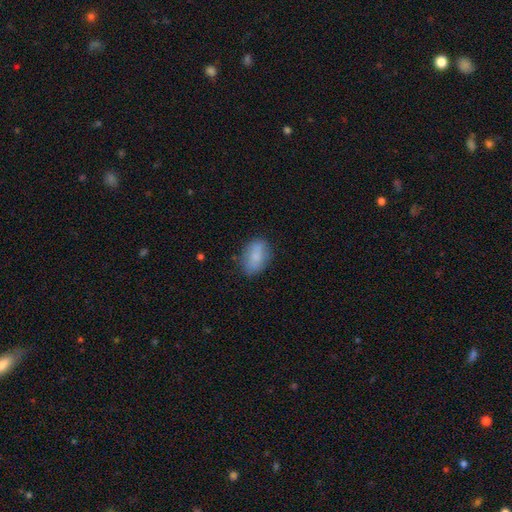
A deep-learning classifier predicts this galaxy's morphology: The model was most divided on "merging": none: 73%, minor disturbance: 19%, major disturbance: 5%, merger: 2%. More confident: how rounded — in between (85%); smooth or featured — smooth (78%).